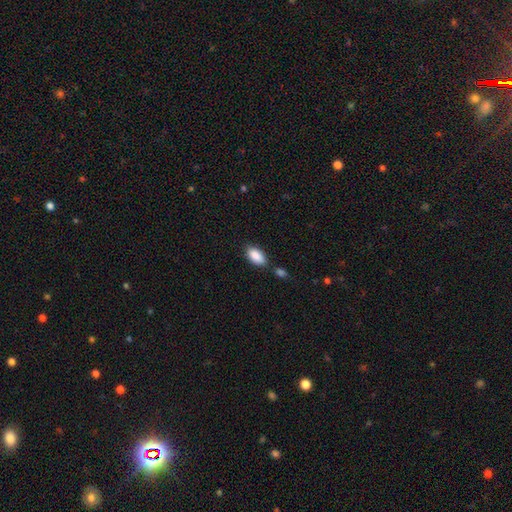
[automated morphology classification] A smooth galaxy with no disk features (89%) that is in between round and cigar-shaped (92%).

Vote fractions:
- Smooth or featured? smooth: 89% / star or artifact: 6% / featured or disk: 5%
- How rounded? in between: 92% / cigar-shaped: 5% / round: 3%
- Merging? none: 70% / minor disturbance: 15% / merger: 11% / major disturbance: 3%